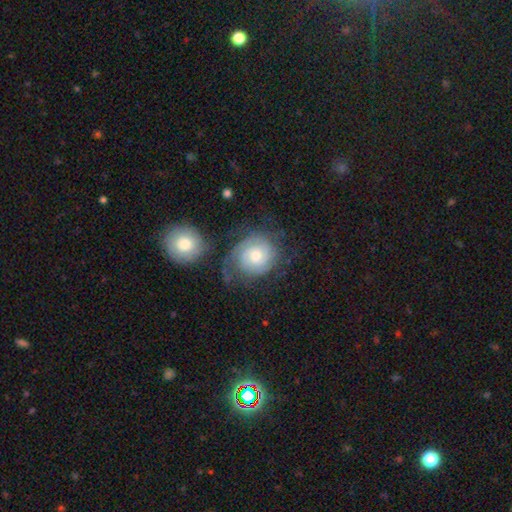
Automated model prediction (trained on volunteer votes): smooth-or-featured: featured or disk: 77% | smooth: 16% | star or artifact: 6%
  disk-edge-on: no: 98% | yes: 2%
    bar: no: 74% | weak: 22% | strong: 4%
    has-spiral-arms: yes: 94% | no: 6%
      spiral-winding: tight: 73% | medium: 21% | loose: 6%
      spiral-arm-count: 2: 48% | can't tell: 25% | 3: 14% | 1: 6% | 4: 4% | more than 4: 3%
    bulge-size: moderate: 63% | small: 30% | large: 4% | none: 1% | dominant: 1%
  merging: none: 60% | minor disturbance: 18% | major disturbance: 13% | merger: 9%